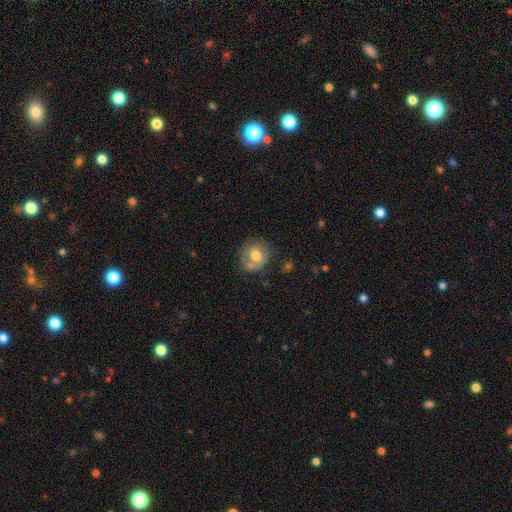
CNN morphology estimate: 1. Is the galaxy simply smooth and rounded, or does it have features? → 59% smooth, 33% featured or disk, 8% star or artifact.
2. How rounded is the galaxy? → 73% round, 26% in between, 1% cigar-shaped.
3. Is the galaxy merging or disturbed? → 53% none, 24% minor disturbance, 12% major disturbance, 11% merger.